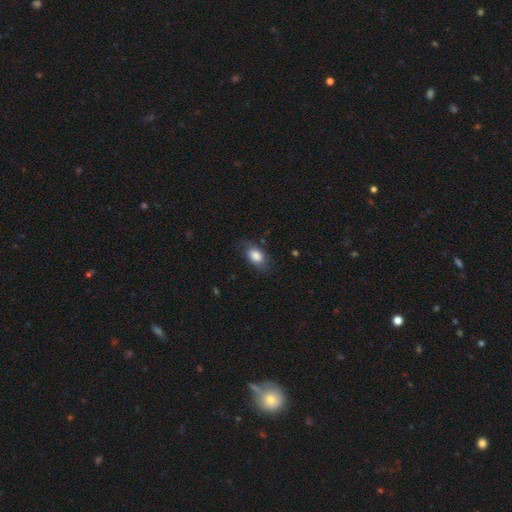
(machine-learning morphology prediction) smooth 82%, featured or disk 11%, star or artifact 7%. Down the decision tree: how rounded — in between (88%); merging — none (72%).